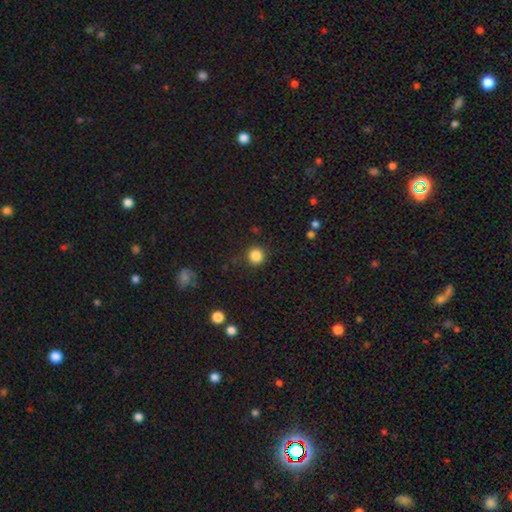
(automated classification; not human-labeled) This appears to be a smooth galaxy with no disk features (85%) that is round (93%). Merging: none (89%).